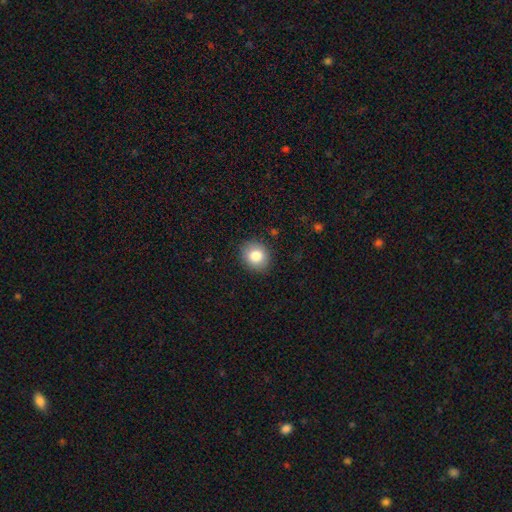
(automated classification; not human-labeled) This is clearly a smooth galaxy (83%). How rounded: likely round (77%). Merging: clearly none (88%).